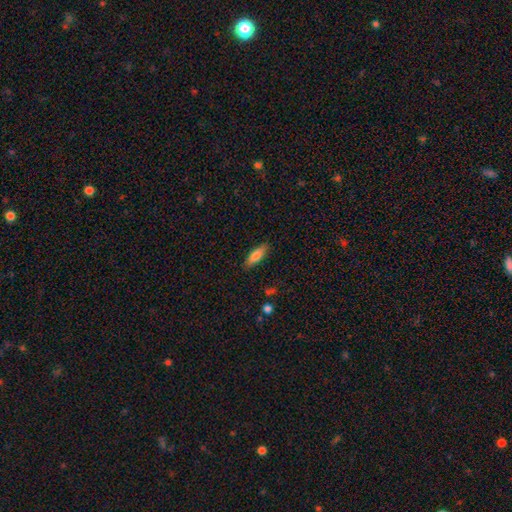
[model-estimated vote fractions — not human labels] A smooth galaxy with no disk features (78%) that is in between round and cigar-shaped (54%). Merging: none (86%).